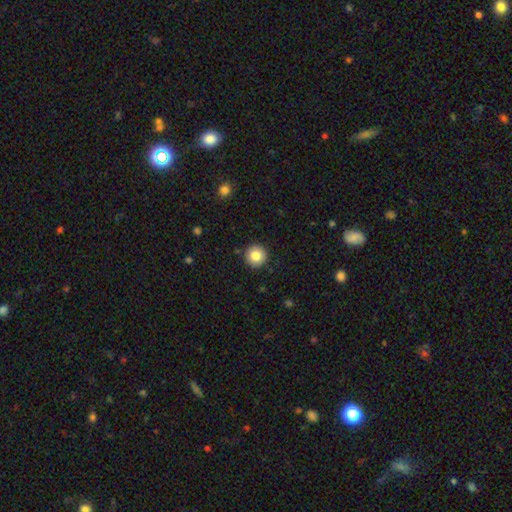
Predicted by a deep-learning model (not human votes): Smooth or featured?
  - smooth: 83% *
  - star or artifact: 9%
  - featured or disk: 8%
How rounded?
  - round: 96% *
  - in between: 3%
  - cigar-shaped: 1%
Merging?
  - none: 92% *
  - minor disturbance: 5%
  - major disturbance: 2%
  - merger: 1%